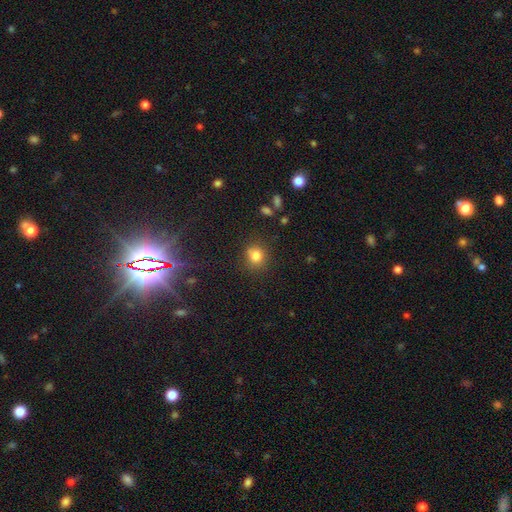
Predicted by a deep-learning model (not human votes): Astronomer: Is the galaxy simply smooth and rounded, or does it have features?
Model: smooth — 80%.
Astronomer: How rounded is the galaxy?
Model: round — 82%.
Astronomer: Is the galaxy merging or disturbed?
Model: none — 81%.